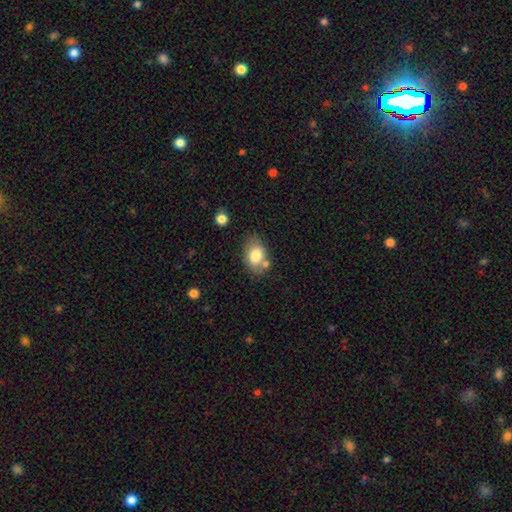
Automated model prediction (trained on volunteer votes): This is likely a smooth galaxy (79%). How rounded: likely in between (80%). Merging: likely none (65%).